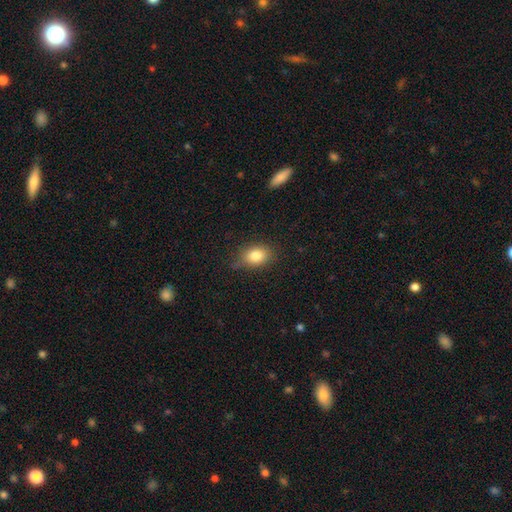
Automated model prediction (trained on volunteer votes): Smooth or featured? Predicted: smooth (p=0.83). How rounded? Predicted: in between (p=0.72). Merging? Predicted: none (p=0.75).